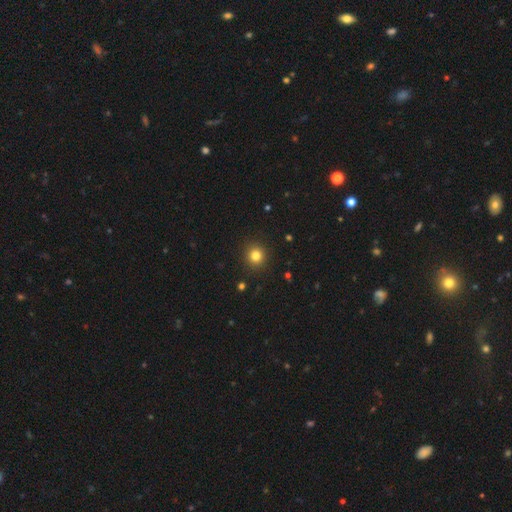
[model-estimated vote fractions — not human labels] A smooth galaxy with no disk features (81%) that is round (92%). Merging: none (92%).